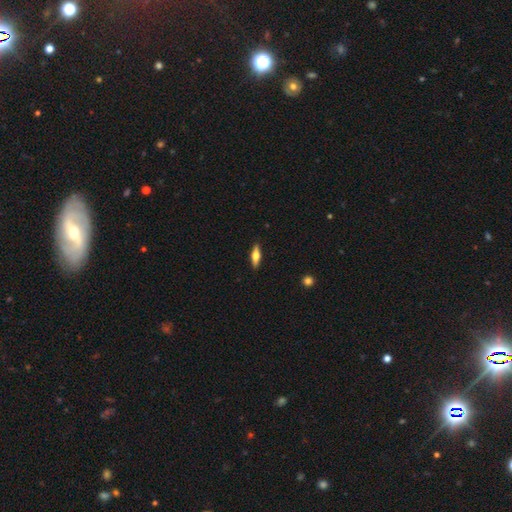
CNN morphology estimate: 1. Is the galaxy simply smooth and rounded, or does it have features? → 47% featured or disk, 46% smooth, 6% star or artifact.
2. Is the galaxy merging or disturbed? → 90% none, 7% minor disturbance, 2% major disturbance, 1% merger.